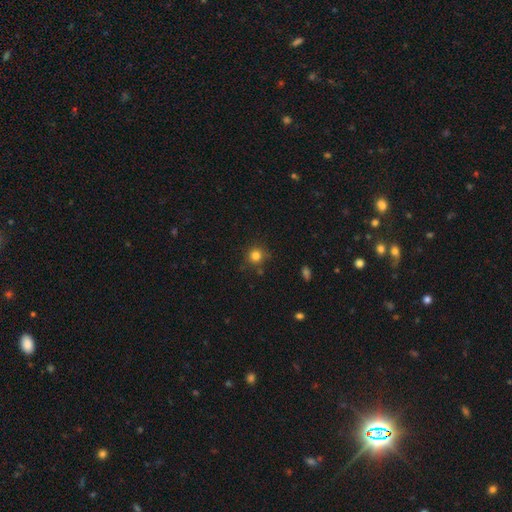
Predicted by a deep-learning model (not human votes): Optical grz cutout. It shows a smooth galaxy with no disk features (82%) that is round (92%). Merging: none (82%).